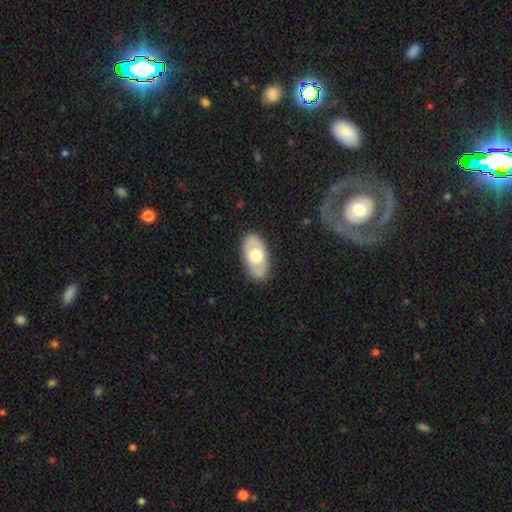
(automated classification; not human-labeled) Smooth or featured? Predicted: smooth (p=0.52). How rounded? Predicted: in between (p=0.92). Merging? Predicted: none (p=0.85).